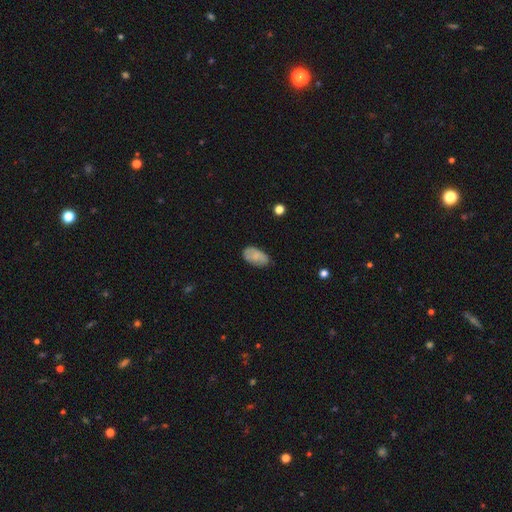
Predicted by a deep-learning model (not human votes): smooth-or-featured: smooth: 79% | featured or disk: 13% | star or artifact: 8%
  how-rounded: in between: 94% | round: 4% | cigar-shaped: 2%
  merging: none: 73% | minor disturbance: 22% | major disturbance: 4% | merger: 1%